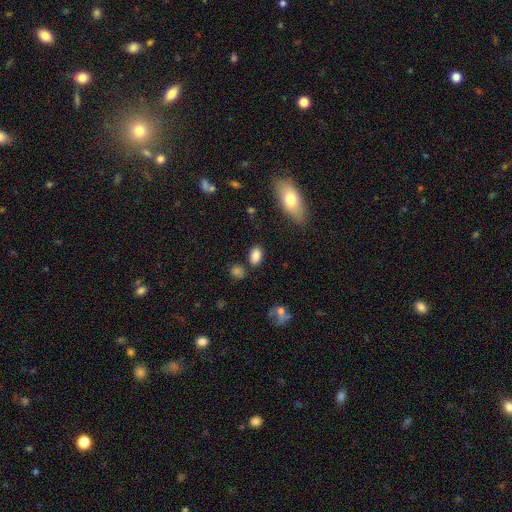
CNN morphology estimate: smooth_or_featured: smooth (p=0.85) [alt: star or artifact p=0.09]
how_rounded: in between (p=0.86) [alt: round p=0.12]
merging: none (p=0.80) [alt: minor disturbance p=0.12]